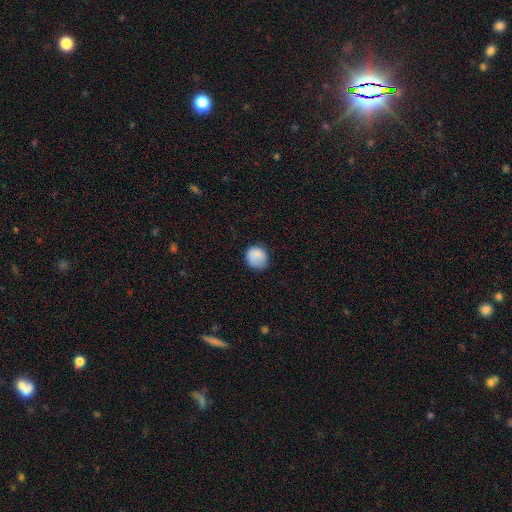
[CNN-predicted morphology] type=smooth (84%); roundness=round (78%); merging=none (71%).